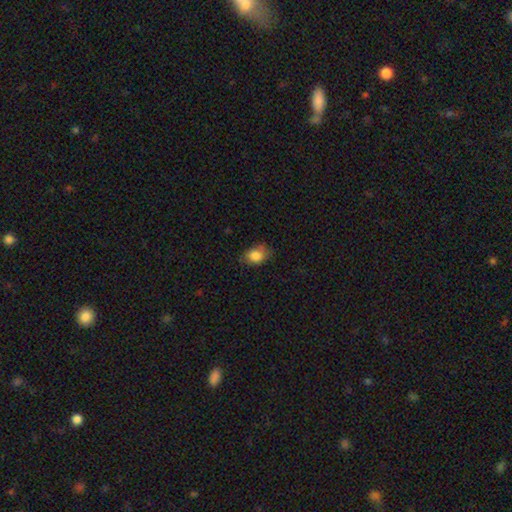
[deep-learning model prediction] This is clearly a smooth galaxy (83%). How rounded: likely in between (74%). Merging: likely none (65%).